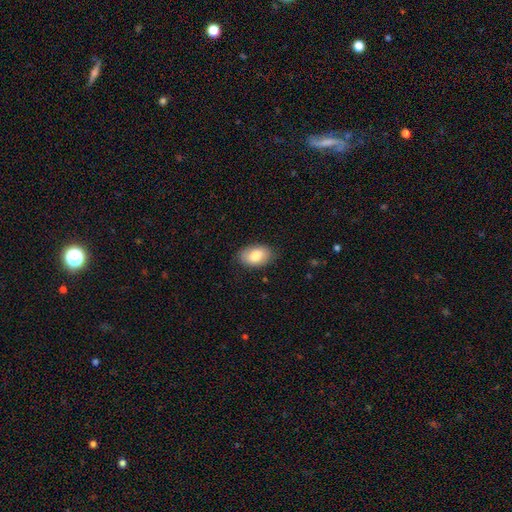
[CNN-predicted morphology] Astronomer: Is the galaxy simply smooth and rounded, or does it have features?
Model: smooth — 80%.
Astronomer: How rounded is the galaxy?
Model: in between — 89%.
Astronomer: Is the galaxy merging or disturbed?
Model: none — 83%.